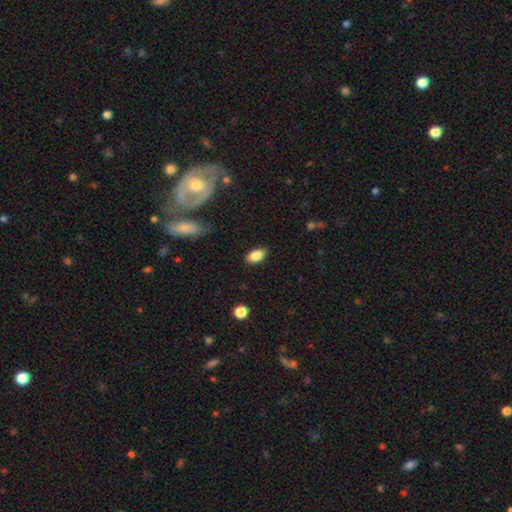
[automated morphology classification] Smooth or featured?
  - smooth: 84% *
  - featured or disk: 8%
  - star or artifact: 8%
How rounded?
  - in between: 91% *
  - round: 5%
  - cigar-shaped: 4%
Merging?
  - none: 85% *
  - minor disturbance: 11%
  - major disturbance: 2%
  - merger: 1%